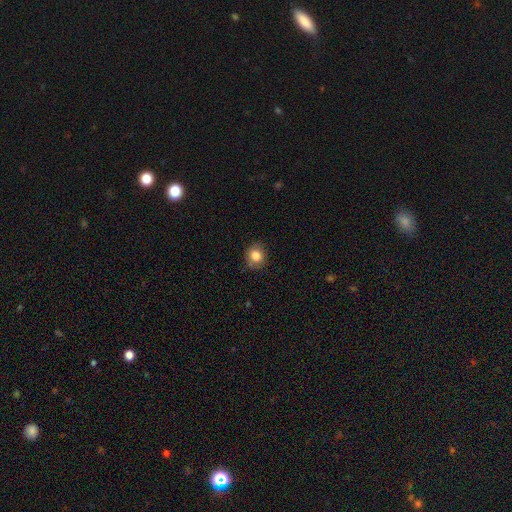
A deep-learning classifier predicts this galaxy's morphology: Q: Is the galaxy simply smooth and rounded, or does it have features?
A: smooth — 83%.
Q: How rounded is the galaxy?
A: round — 80%.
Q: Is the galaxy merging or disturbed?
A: none — 83%.